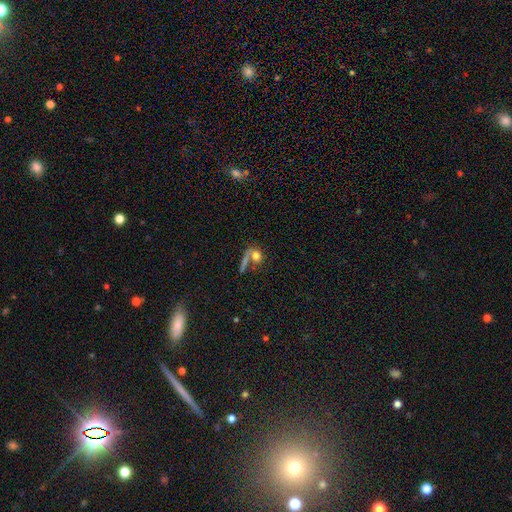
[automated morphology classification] Q: Smooth or featured?
A: smooth (65%); runner-up: featured or disk (22%)
Q: How rounded?
A: round (56%); runner-up: in between (36%)
Q: Merging?
A: none (38%); runner-up: merger (33%)